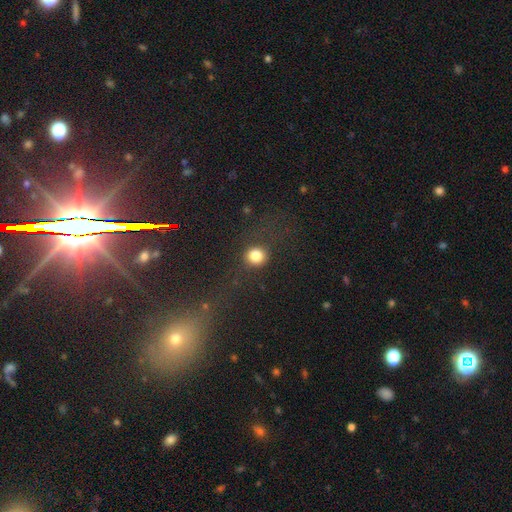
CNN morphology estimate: Smooth or featured?
  - smooth: 81% *
  - star or artifact: 12%
  - featured or disk: 7%
How rounded?
  - round: 85% *
  - in between: 14%
  - cigar-shaped: 1%
Merging?
  - none: 78% *
  - minor disturbance: 10%
  - major disturbance: 8%
  - merger: 3%